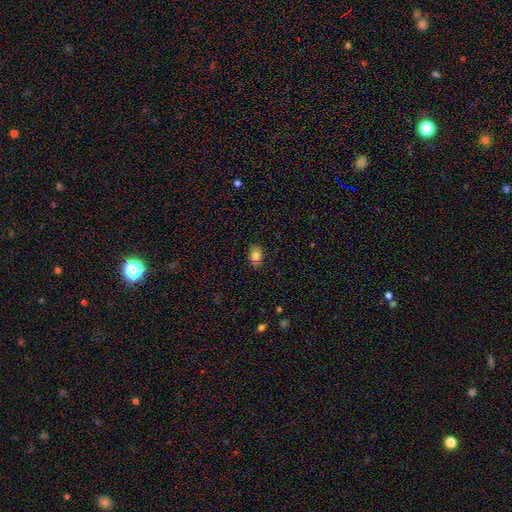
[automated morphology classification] Smooth or featured?
  - smooth: 80% *
  - star or artifact: 11%
  - featured or disk: 9%
How rounded?
  - in between: 64% *
  - round: 34%
  - cigar-shaped: 1%
Merging?
  - none: 81% *
  - minor disturbance: 14%
  - major disturbance: 3%
  - merger: 2%